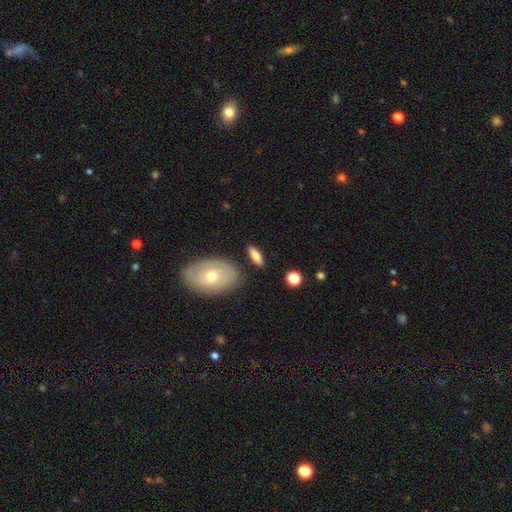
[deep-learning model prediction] Q: Smooth or featured?
A: smooth (73%); runner-up: featured or disk (20%)
Q: How rounded?
A: in between (62%); runner-up: cigar-shaped (33%)
Q: Merging?
A: none (82%); runner-up: minor disturbance (11%)